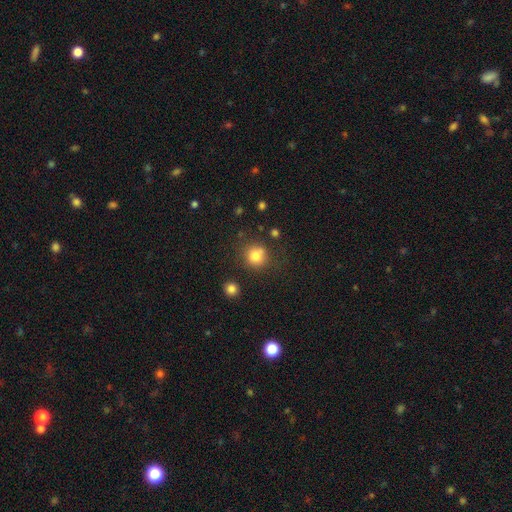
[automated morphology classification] Smooth or featured: smooth — 80% (star or artifact — 13%)
How rounded: round — 89% (in between — 10%)
Merging: none — 72% (minor disturbance — 14%)